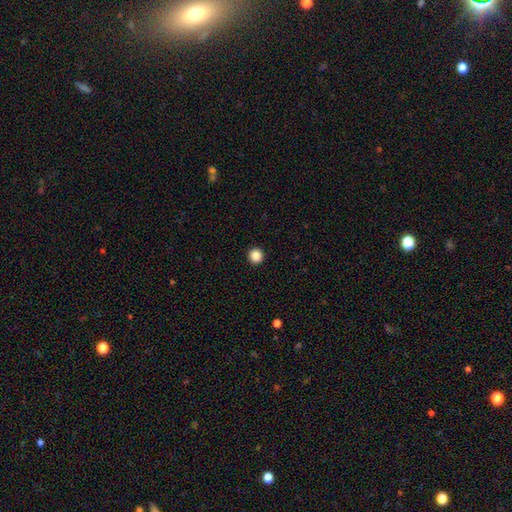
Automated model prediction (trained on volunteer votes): Smooth or featured: smooth — 87% (star or artifact — 10%)
How rounded: round — 96% (in between — 3%)
Merging: none — 94% (minor disturbance — 4%)